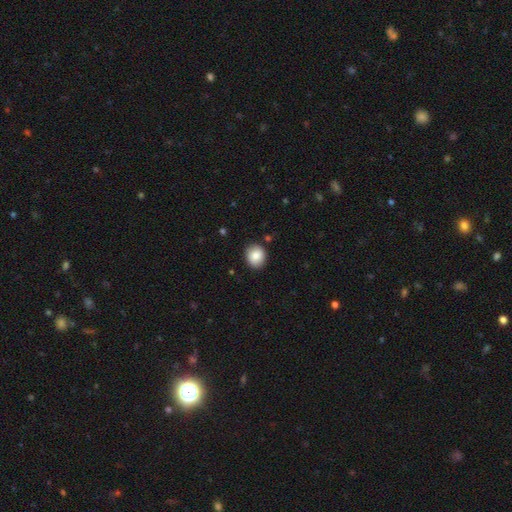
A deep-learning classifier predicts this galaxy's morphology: The model was most divided on "how rounded": round: 72%, in between: 27%, cigar-shaped: 1%. More confident: merging — none (87%); smooth or featured — smooth (85%).